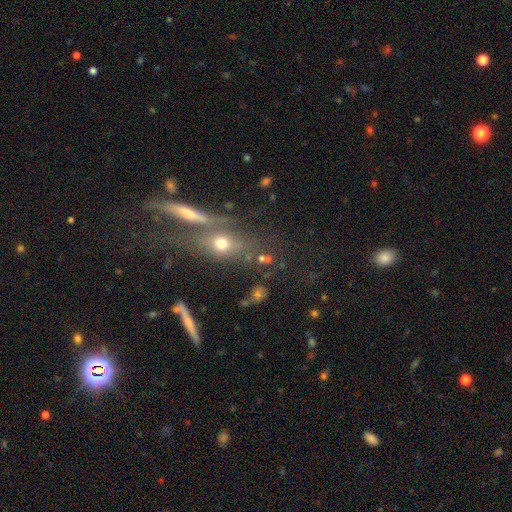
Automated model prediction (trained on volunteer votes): smooth_or_featured: featured or disk (p=0.51) [alt: smooth p=0.26]
disk_edge_on: yes (p=0.64) [alt: no p=0.36]
merging: none (p=0.44) [alt: merger p=0.28]